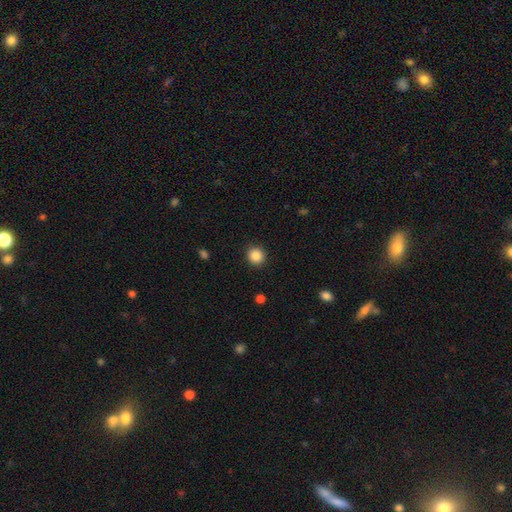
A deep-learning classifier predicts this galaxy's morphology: Overall: smooth (87%). How rounded: round (90%). Merging: none (91%).